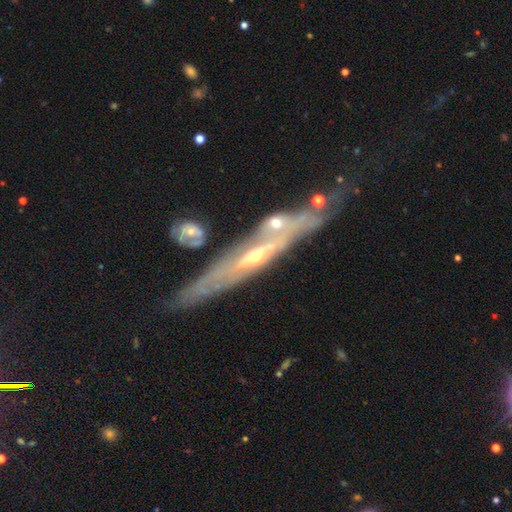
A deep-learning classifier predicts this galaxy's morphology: Smooth or featured? featured or disk (79%)
Edge-on disk? yes (58%)
Merging? none (50%)